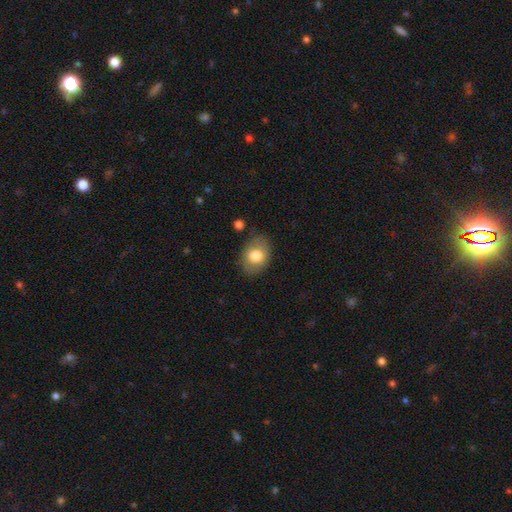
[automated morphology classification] Smooth or featured: smooth — 77% (featured or disk — 16%)
How rounded: in between — 71% (round — 28%)
Merging: none — 79% (minor disturbance — 14%)